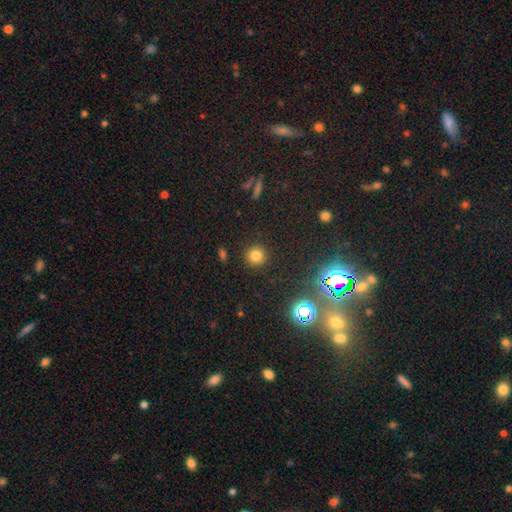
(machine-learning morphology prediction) Smooth or featured? Predicted: smooth (p=0.76). How rounded? Predicted: round (p=0.93). Merging? Predicted: none (p=0.90).